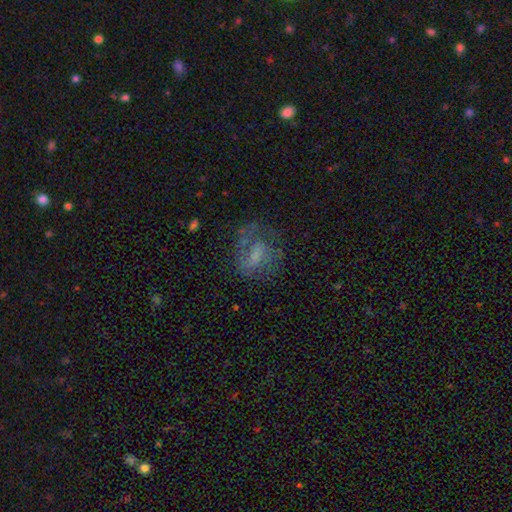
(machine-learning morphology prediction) Q: Smooth or featured?
A: featured or disk (59%); runner-up: smooth (31%)
Q: Edge-on disk?
A: no (97%); runner-up: yes (3%)
Q: Bar?
A: weak (49%); runner-up: no (33%)
Q: Spiral arms?
A: yes (72%); runner-up: no (28%)
Q: Bulge size?
A: small (35%); runner-up: none (33%)
Q: Merging?
A: none (50%); runner-up: major disturbance (26%)